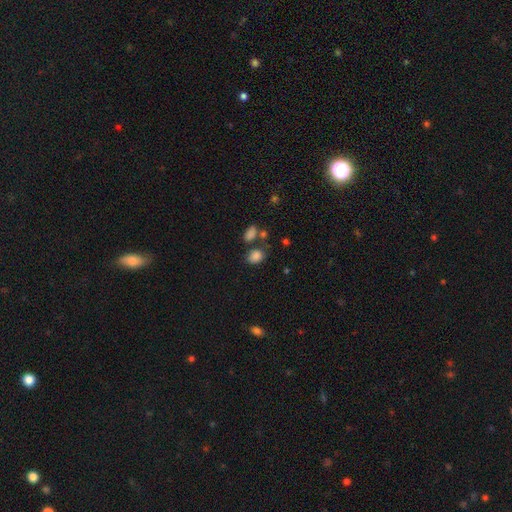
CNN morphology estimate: Smooth or featured?
  - smooth: 83% *
  - star or artifact: 11%
  - featured or disk: 6%
How rounded?
  - in between: 70% *
  - round: 29%
  - cigar-shaped: 1%
Merging?
  - none: 59% *
  - merger: 17%
  - minor disturbance: 17%
  - major disturbance: 7%